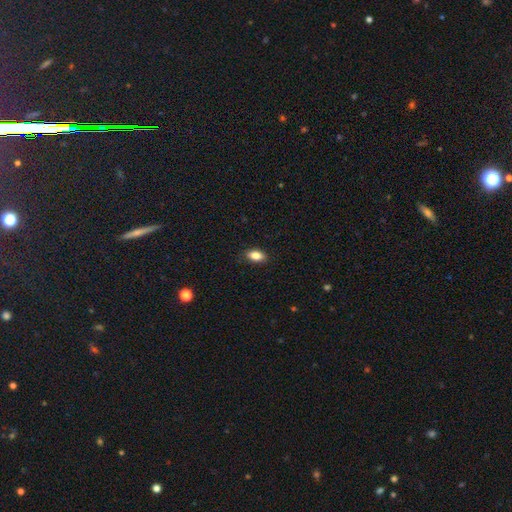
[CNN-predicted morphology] Smooth or featured? smooth (85%)
How rounded? in between (89%)
Merging? none (87%)